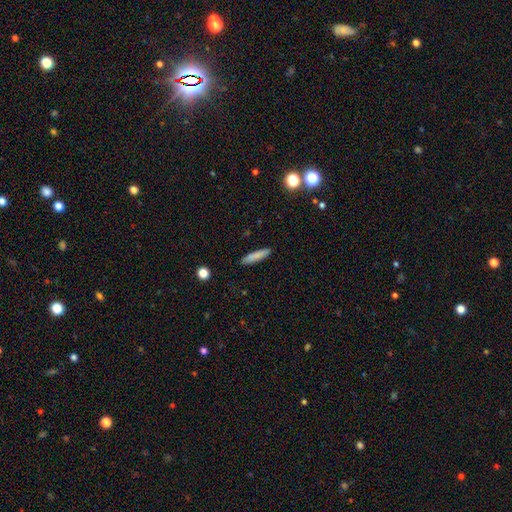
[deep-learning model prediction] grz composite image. It shows a smooth galaxy with no disk features (82%) that is cigar-shaped (86%). Merging: none (89%).